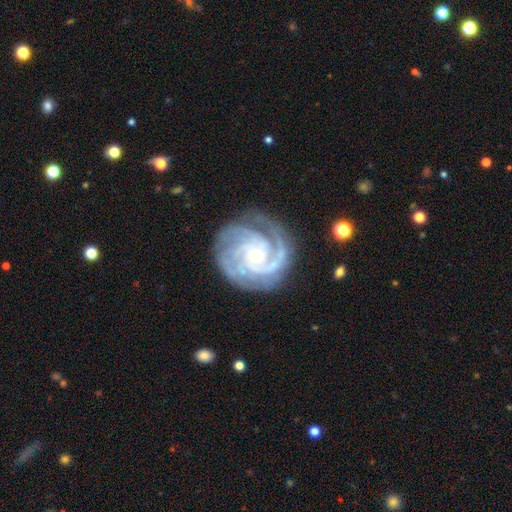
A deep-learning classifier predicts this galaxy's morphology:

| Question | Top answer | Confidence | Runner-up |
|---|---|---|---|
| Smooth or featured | featured or disk | 92% | star or artifact (4%) |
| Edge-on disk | no | 98% | yes (2%) |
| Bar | no | 70% | weak (24%) |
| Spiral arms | yes | 98% | no (2%) |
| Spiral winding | tight | 71% | medium (26%) |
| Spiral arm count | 3 | 42% | 2 (17%) |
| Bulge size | small | 73% | moderate (21%) |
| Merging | none | 78% | minor disturbance (15%) |